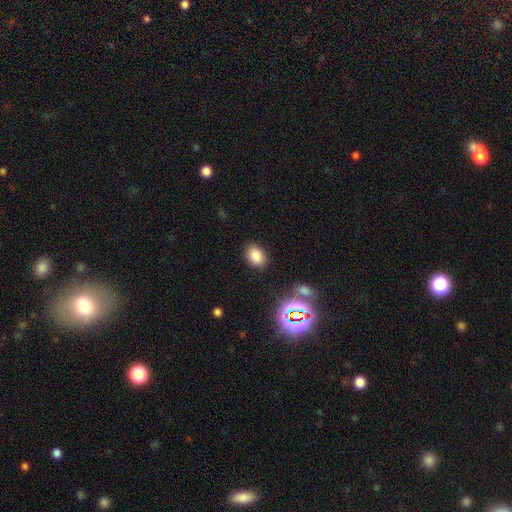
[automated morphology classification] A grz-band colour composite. It shows a smooth galaxy with no disk features (82%) that is in between round and cigar-shaped (74%). Merging: none (87%).